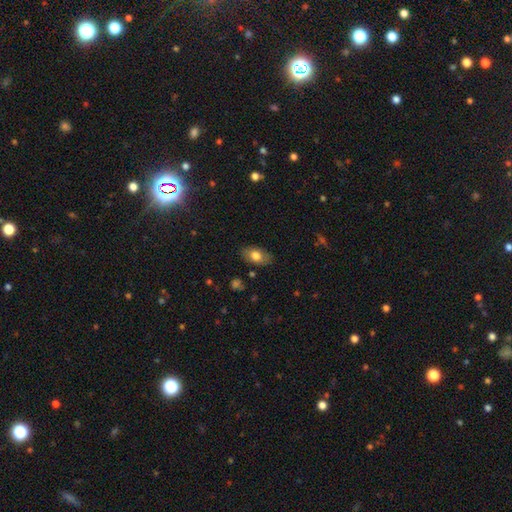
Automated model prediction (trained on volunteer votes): Smooth or featured? smooth (75%)
How rounded? in between (89%)
Merging? none (82%)